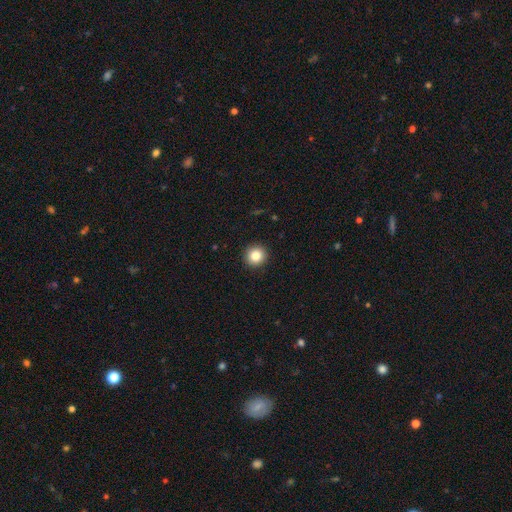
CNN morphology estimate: Smooth or featured? smooth (84%)
How rounded? round (94%)
Merging? none (93%)